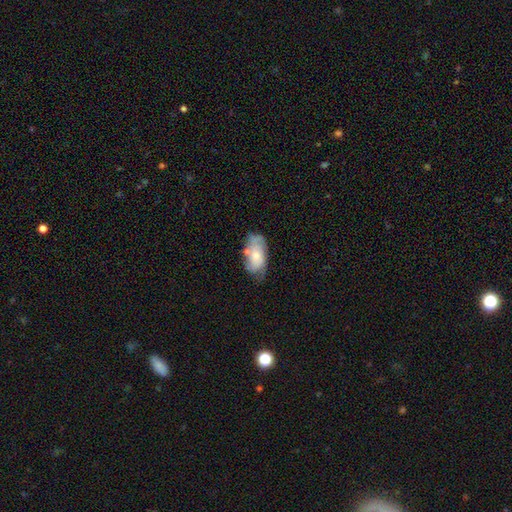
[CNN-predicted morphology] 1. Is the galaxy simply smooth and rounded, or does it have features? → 47% smooth, 46% featured or disk, 7% star or artifact.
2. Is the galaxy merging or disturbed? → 52% none, 30% minor disturbance, 10% major disturbance, 8% merger.